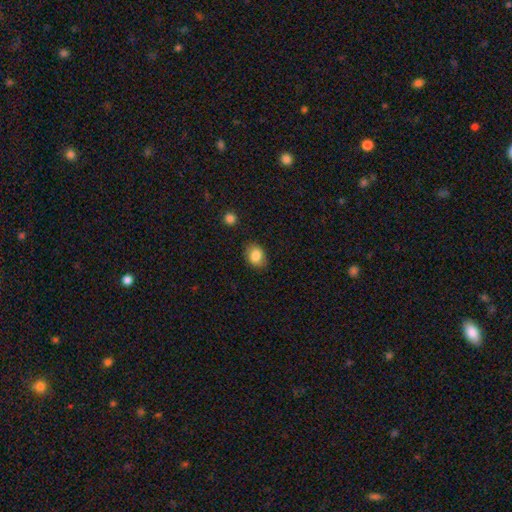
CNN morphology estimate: smooth_or_featured: smooth (p=0.84) [alt: star or artifact p=0.09]
how_rounded: in between (p=0.61) [alt: round p=0.38]
merging: none (p=0.82) [alt: minor disturbance p=0.13]